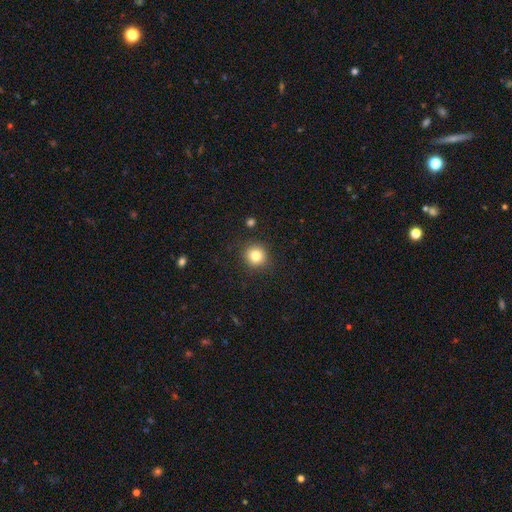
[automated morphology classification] smooth-or-featured: smooth: 82% | star or artifact: 11% | featured or disk: 6%
  how-rounded: round: 92% | in between: 7% | cigar-shaped: 1%
  merging: none: 89% | minor disturbance: 7% | major disturbance: 2% | merger: 1%